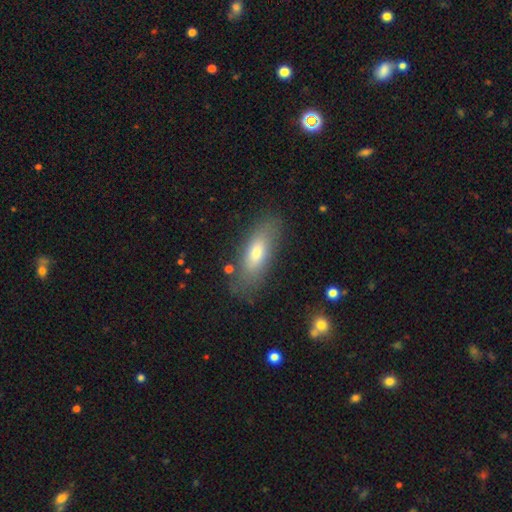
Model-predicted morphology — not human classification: smooth_or_featured: smooth (p=0.66) [alt: featured or disk p=0.25]
how_rounded: in between (p=0.61) [alt: cigar-shaped p=0.36]
merging: none (p=0.80) [alt: minor disturbance p=0.14]